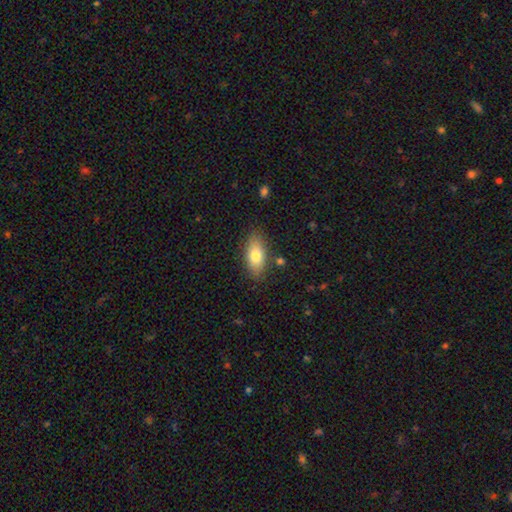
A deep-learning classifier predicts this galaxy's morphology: The model was most divided on "smooth or featured": smooth: 76%, featured or disk: 17%, star or artifact: 7%. More confident: how rounded — in between (85%); merging — none (82%).